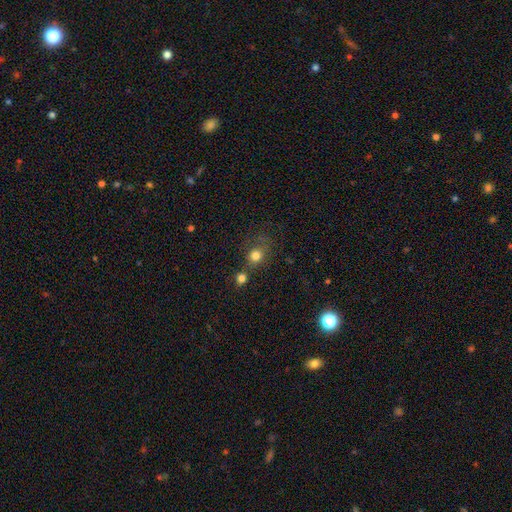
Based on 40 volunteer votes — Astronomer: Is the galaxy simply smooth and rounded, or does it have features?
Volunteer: smooth — 80%.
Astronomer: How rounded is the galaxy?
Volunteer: round — 75%.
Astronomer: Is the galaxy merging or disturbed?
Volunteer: none — 38% (runner-up: merger, 32%).